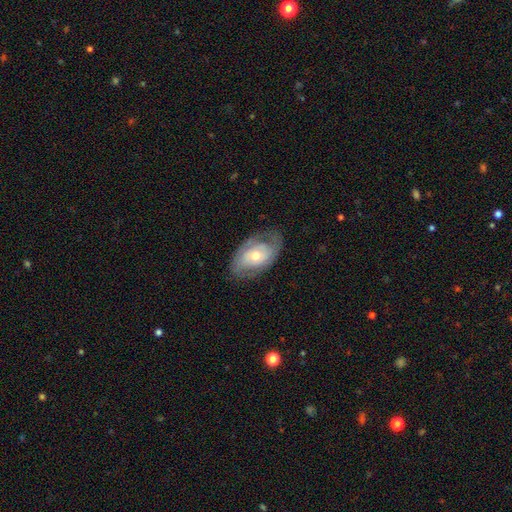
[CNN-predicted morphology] This appears to be a featured or disk galaxy (60%) with no bar (76%), spiral arms (61%) and a moderate central bulge (66%). Merging: none (69%).